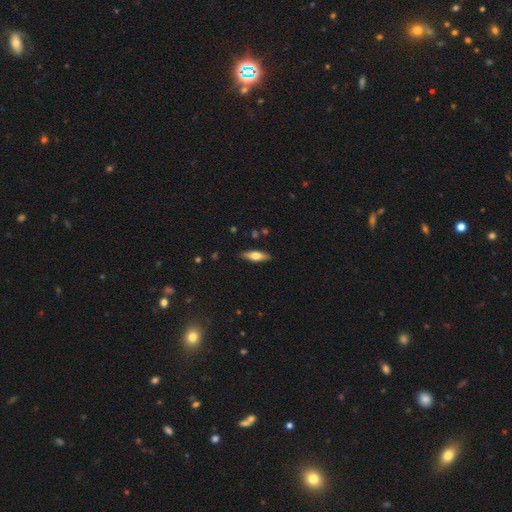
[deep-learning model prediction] This appears to be a smooth galaxy with no disk features (65%) that is in between round and cigar-shaped (52%). Merging: none (87%).